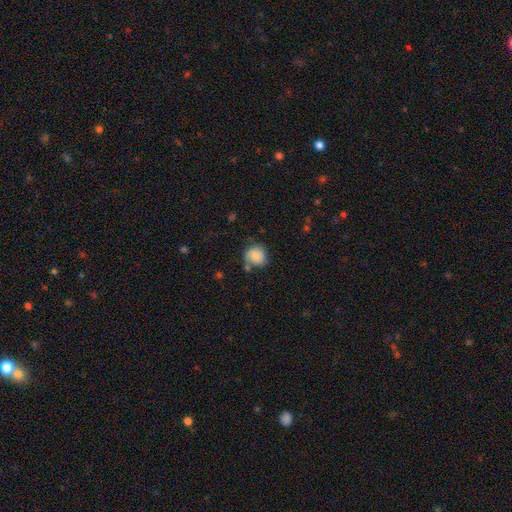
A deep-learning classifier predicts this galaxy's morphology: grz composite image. It shows a smooth galaxy with no disk features (78%) that is round (75%). Merging: none (59%).